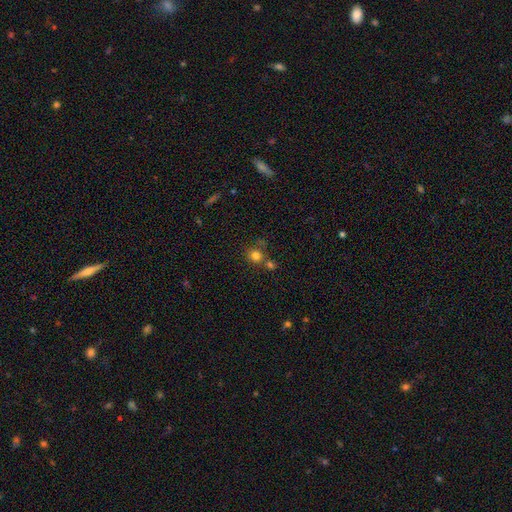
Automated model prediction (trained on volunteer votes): Morphology: type=smooth (78%); roundness=round (86%); merging=none (59%).